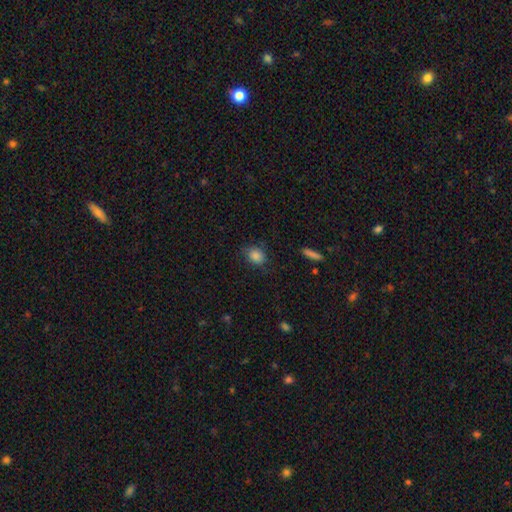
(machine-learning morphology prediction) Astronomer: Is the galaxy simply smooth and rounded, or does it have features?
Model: smooth — 86%.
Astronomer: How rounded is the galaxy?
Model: round — 55% (runner-up: in between, 44%).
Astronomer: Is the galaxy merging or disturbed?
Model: none — 75%.